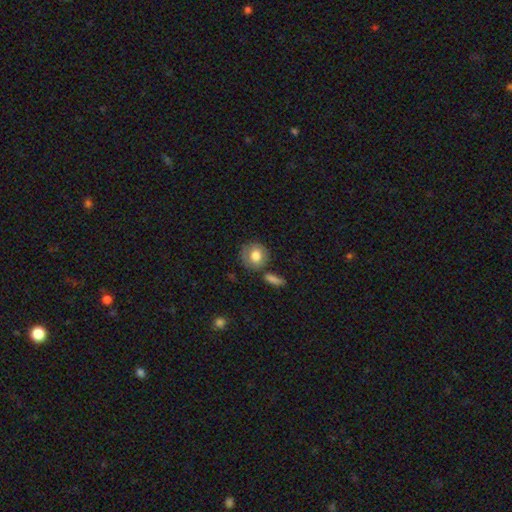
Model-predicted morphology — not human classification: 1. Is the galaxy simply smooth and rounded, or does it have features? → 74% smooth, 19% featured or disk, 7% star or artifact.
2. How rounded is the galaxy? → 83% round, 16% in between, 1% cigar-shaped.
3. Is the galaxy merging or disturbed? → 70% none, 16% minor disturbance, 9% merger, 5% major disturbance.